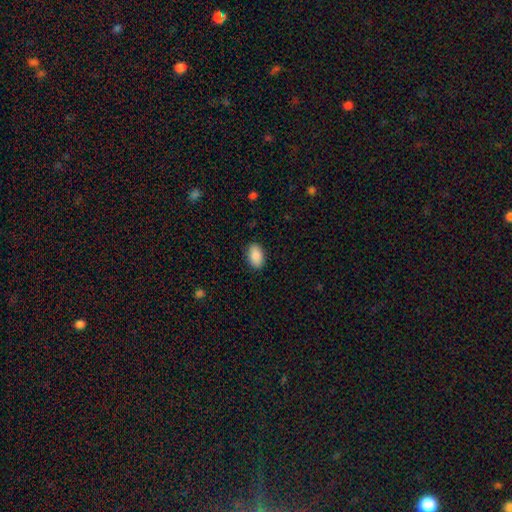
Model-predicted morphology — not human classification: Smooth or featured?
  - smooth: 89% *
  - star or artifact: 7%
  - featured or disk: 4%
How rounded?
  - in between: 91% *
  - round: 8%
  - cigar-shaped: 1%
Merging?
  - none: 88% *
  - minor disturbance: 9%
  - major disturbance: 2%
  - merger: 1%